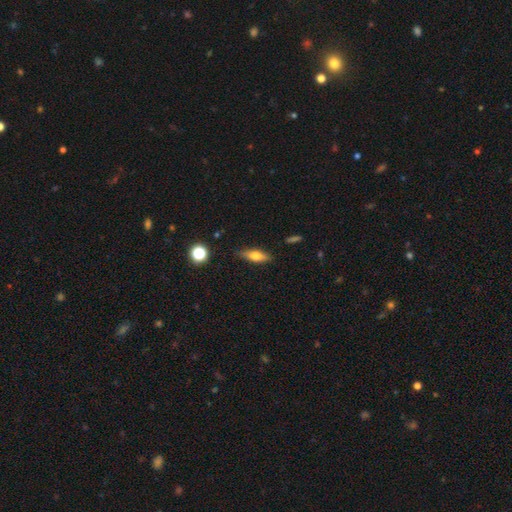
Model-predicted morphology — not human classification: A smooth galaxy with no disk features (62%) that is in between round and cigar-shaped (53%).

Vote fractions:
- Smooth or featured? smooth: 62% / featured or disk: 30% / star or artifact: 8%
- How rounded? in between: 53% / cigar-shaped: 43% / round: 4%
- Merging? none: 83% / minor disturbance: 13% / major disturbance: 3% / merger: 2%